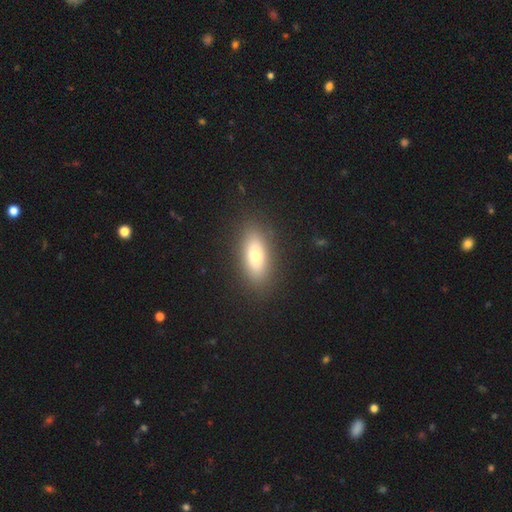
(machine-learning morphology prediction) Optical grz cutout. It shows a smooth galaxy with no disk features (67%) that is in between round and cigar-shaped (72%). Merging: none (88%).